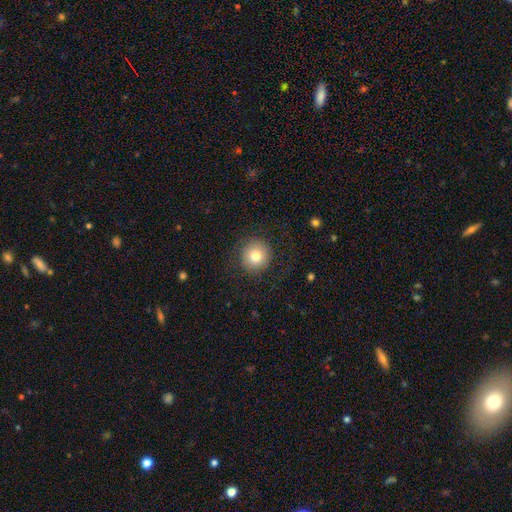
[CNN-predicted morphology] smooth 79%, featured or disk 11%, star or artifact 10%. Down the decision tree: how rounded — round (94%); merging — none (86%).